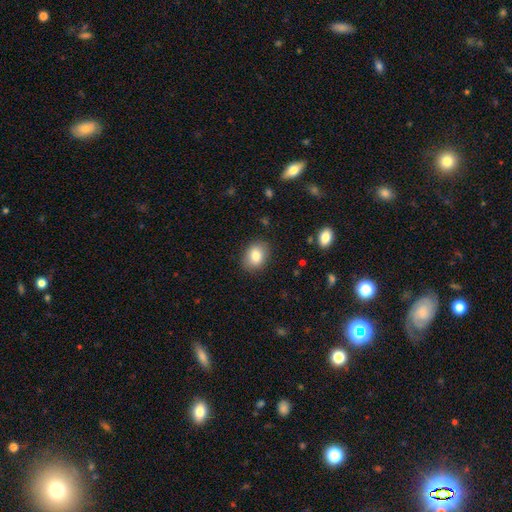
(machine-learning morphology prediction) Smooth or featured?
  - smooth: 82% *
  - featured or disk: 10%
  - star or artifact: 8%
How rounded?
  - in between: 61% *
  - round: 38%
  - cigar-shaped: 1%
Merging?
  - none: 86% *
  - minor disturbance: 10%
  - major disturbance: 3%
  - merger: 1%